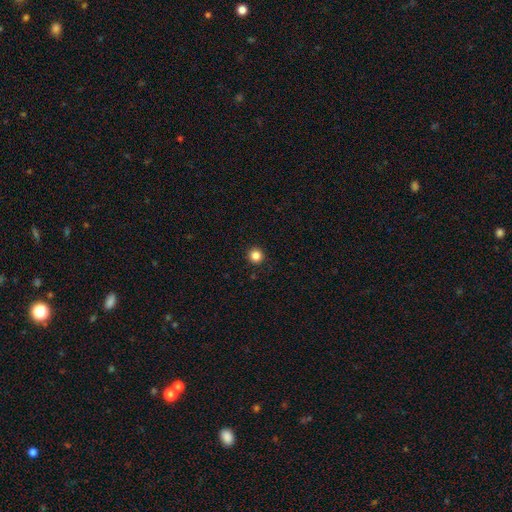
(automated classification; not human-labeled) This appears to be a smooth galaxy with no disk features (85%) that is round (96%). Merging: none (93%).